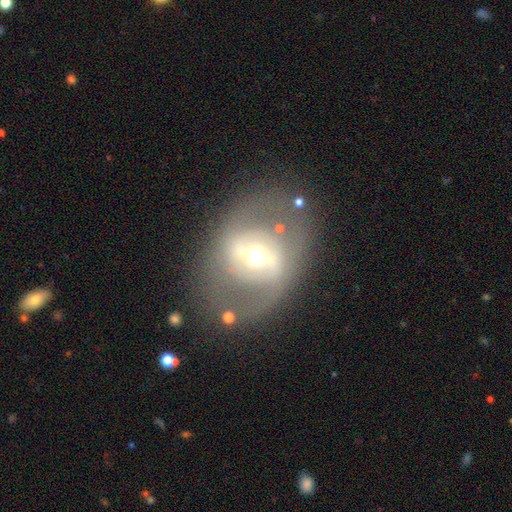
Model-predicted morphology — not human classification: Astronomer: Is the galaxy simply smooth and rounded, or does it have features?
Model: featured or disk — 71%.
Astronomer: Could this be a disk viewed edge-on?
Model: no — 93%.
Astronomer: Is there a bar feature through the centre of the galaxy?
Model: strong — 41% (runner-up: weak, 34%).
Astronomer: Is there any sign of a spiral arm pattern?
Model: no — 55% (runner-up: yes, 45%).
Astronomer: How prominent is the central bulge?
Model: moderate — 60%.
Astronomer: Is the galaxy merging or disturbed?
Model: none — 67%.